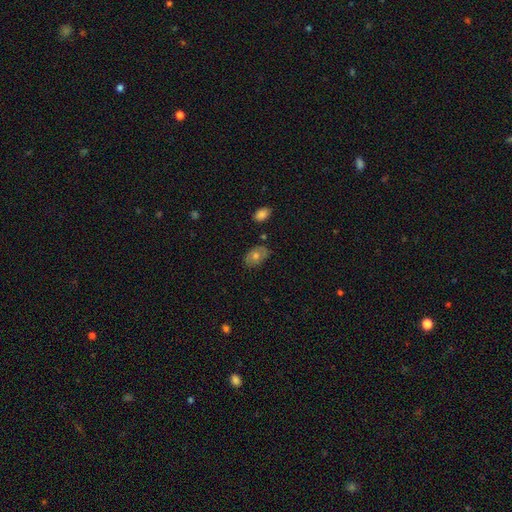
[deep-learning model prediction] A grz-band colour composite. It shows a smooth galaxy with no disk features (58%) that is in between round and cigar-shaped (82%). Merging: none (76%).